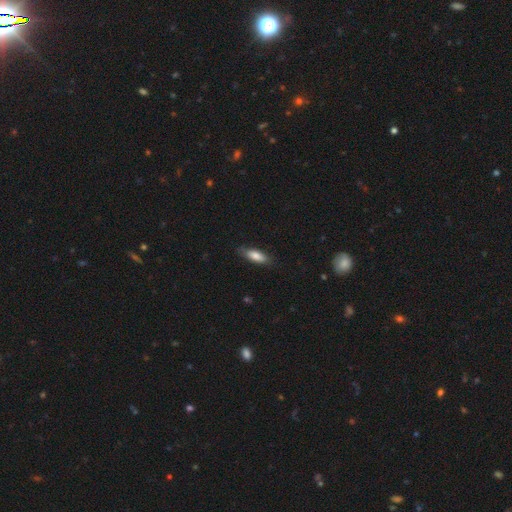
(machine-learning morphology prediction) Overall: smooth (78%). How rounded: in between (63%; cigar-shaped 35%). Merging: none (79%).